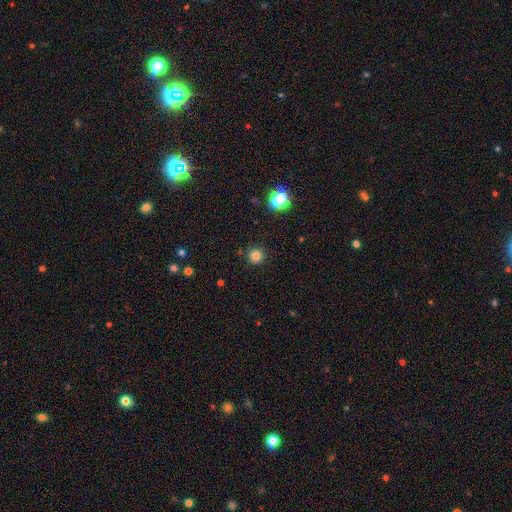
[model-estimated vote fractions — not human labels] The model was most divided on "smooth or featured": smooth: 81%, star or artifact: 14%, featured or disk: 5%. More confident: how rounded — round (95%); merging — none (89%).